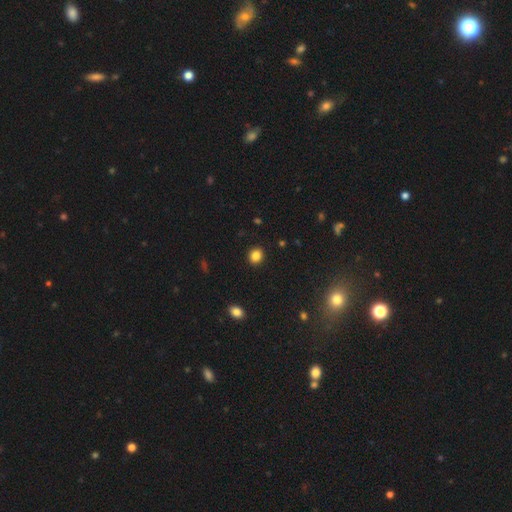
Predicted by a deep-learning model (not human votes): smooth 85%, star or artifact 11%, featured or disk 4%. Down the decision tree: how rounded — round (78%); merging — none (91%).